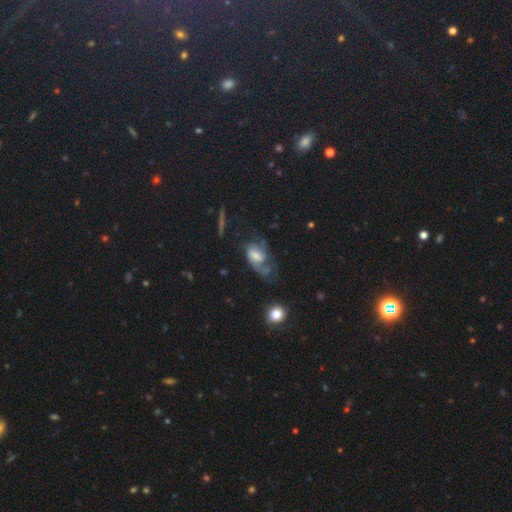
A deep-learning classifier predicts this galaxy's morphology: Smooth or featured? featured or disk (77%)
Edge-on disk? no (96%)
Bar? weak (45%)
Spiral arms? yes (92%)
Spiral winding? medium (48%)
Spiral arm count? 2 (64%)
Bulge size? moderate (47%)
Merging? none (43%)